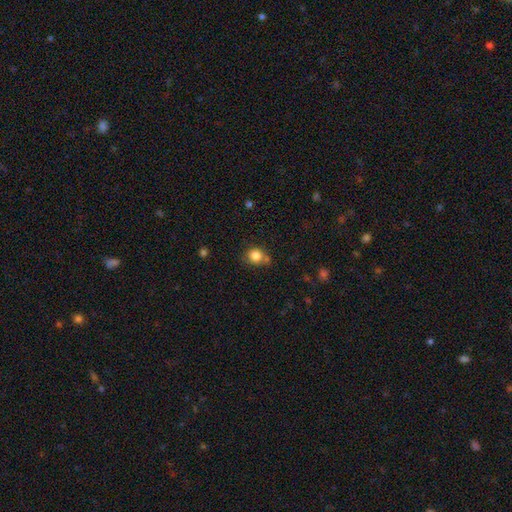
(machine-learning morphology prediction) This appears to be a smooth galaxy with no disk features (83%) that is round (82%). Merging: none (63%).